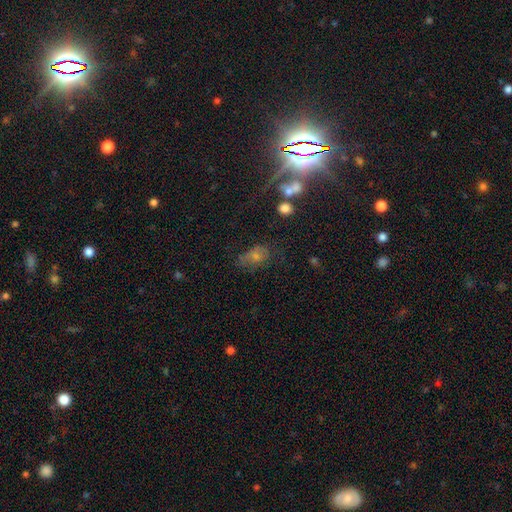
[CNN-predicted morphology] smooth-or-featured: star or artifact: 41% | smooth: 34% | featured or disk: 25%